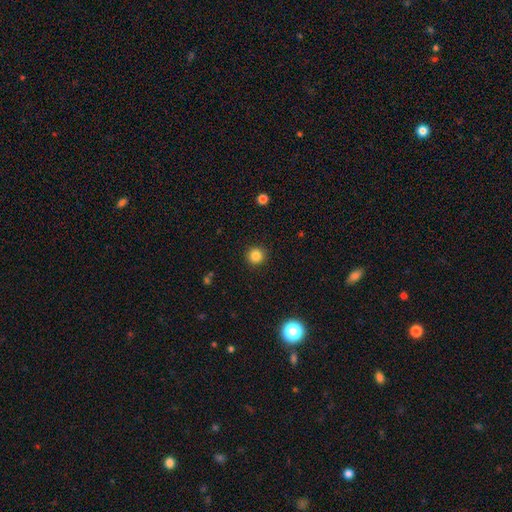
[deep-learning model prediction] A smooth galaxy with no disk features (84%) that is round (95%). Merging: none (92%).